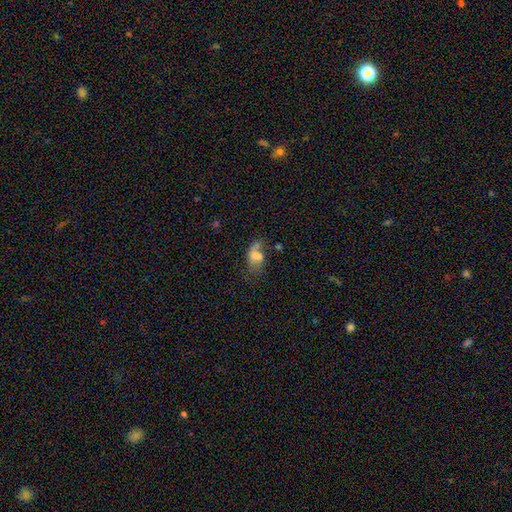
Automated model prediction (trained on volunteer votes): Morphology: type=smooth (54%); roundness=in between (84%); merging=major disturbance (30%).